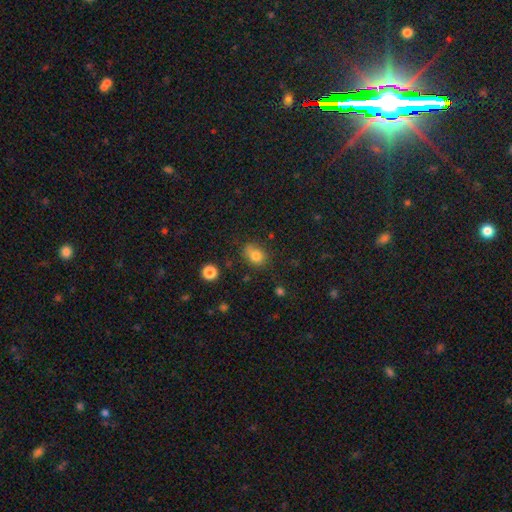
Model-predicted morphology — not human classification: Q: Smooth or featured?
A: smooth (80%); runner-up: star or artifact (12%)
Q: How rounded?
A: in between (52%); runner-up: round (47%)
Q: Merging?
A: none (61%); runner-up: minor disturbance (26%)